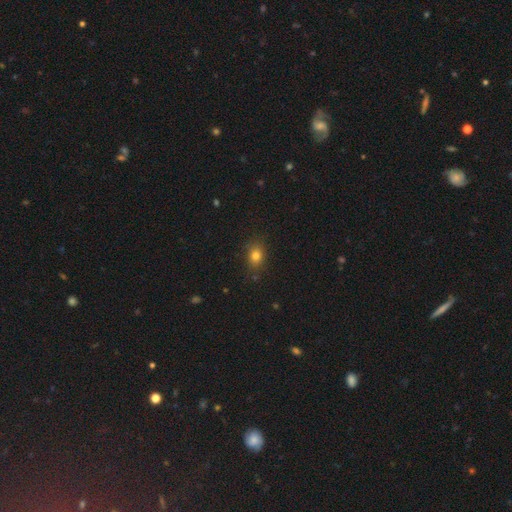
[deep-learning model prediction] The model was most divided on "how rounded": in between: 55%, round: 43%, cigar-shaped: 1%. More confident: merging — none (83%); smooth or featured — smooth (80%).